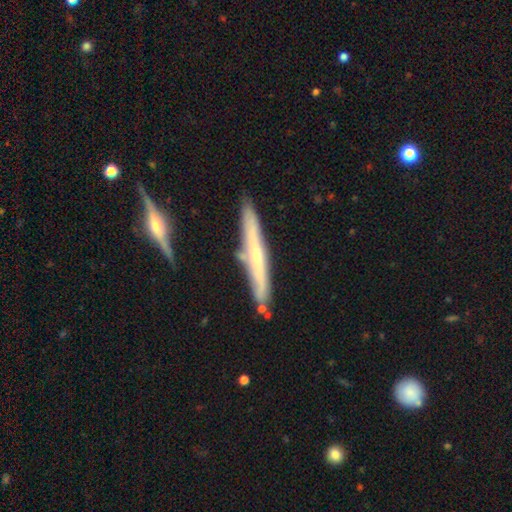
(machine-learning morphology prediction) smooth-or-featured: featured or disk: 57% | smooth: 37% | star or artifact: 6%
  disk-edge-on: yes: 91% | no: 9%
    edge-on-bulge: rounded: 60% | none: 35% | boxy: 5%
  merging: none: 78% | minor disturbance: 14% | merger: 6% | major disturbance: 2%